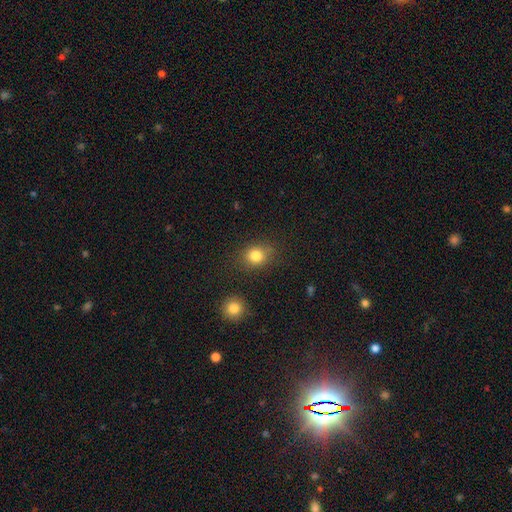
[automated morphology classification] Overall: smooth (83%). How rounded: round (68%; in between 31%). Merging: none (79%).